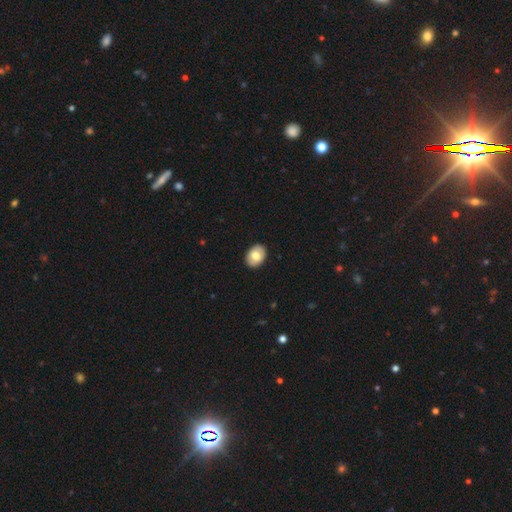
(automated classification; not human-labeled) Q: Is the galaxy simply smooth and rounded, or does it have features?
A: smooth — 72%.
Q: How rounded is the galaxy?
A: in between — 76%.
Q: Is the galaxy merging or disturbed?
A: none — 89%.